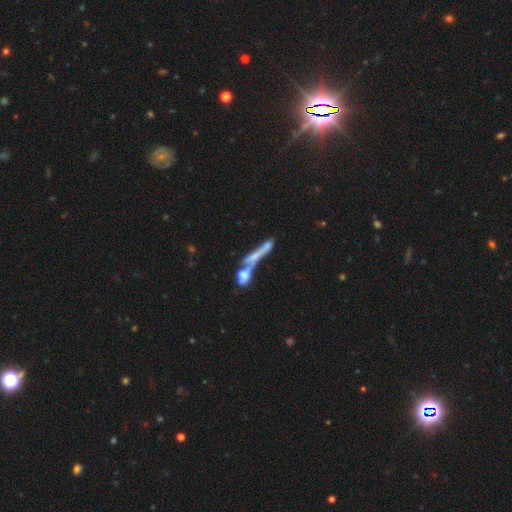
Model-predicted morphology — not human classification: This appears to be a smooth galaxy with no disk features (48%). Merging: merger (56%).